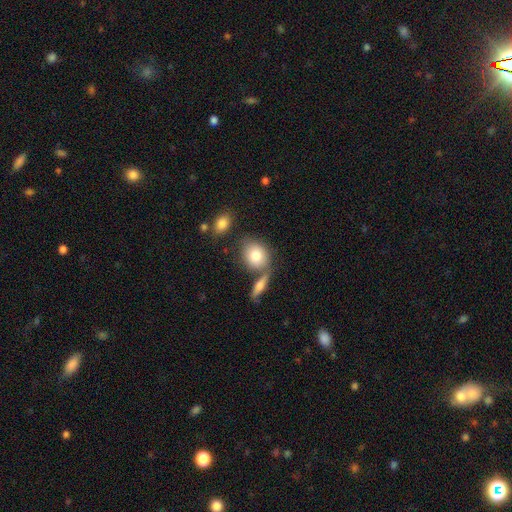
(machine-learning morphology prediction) Smooth or featured? smooth (79%)
How rounded? in between (50%)
Merging? none (58%)